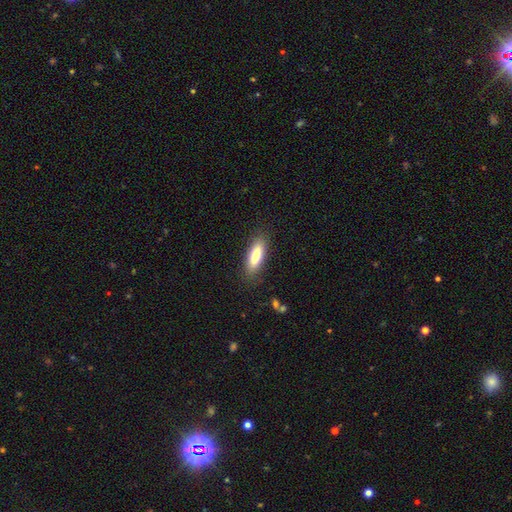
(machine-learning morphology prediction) A smooth galaxy with no disk features (81%) that is in between round and cigar-shaped (50%).

Vote fractions:
- Smooth or featured? smooth: 81% / featured or disk: 13% / star or artifact: 6%
- How rounded? in between: 50% / cigar-shaped: 48% / round: 2%
- Merging? none: 85% / minor disturbance: 11% / major disturbance: 3% / merger: 1%